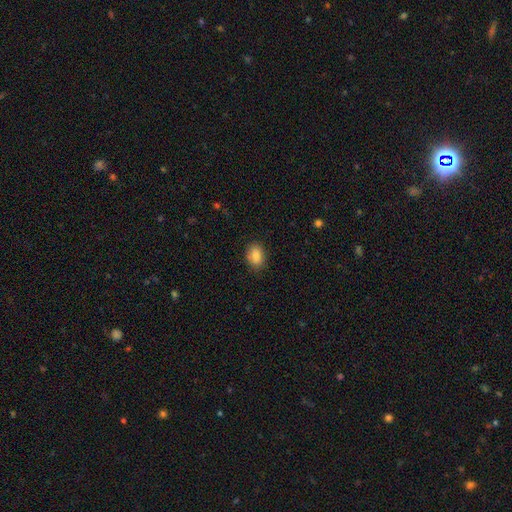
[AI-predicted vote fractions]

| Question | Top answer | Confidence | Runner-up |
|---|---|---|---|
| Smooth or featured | smooth | 84% | featured or disk (8%) |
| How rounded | in between | 80% | round (18%) |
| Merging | none | 84% | minor disturbance (12%) |